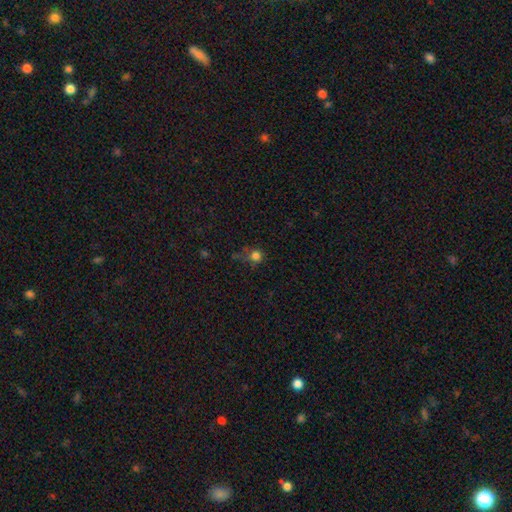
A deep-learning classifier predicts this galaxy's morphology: Smooth or featured? smooth (74%)
How rounded? round (90%)
Merging? none (62%)